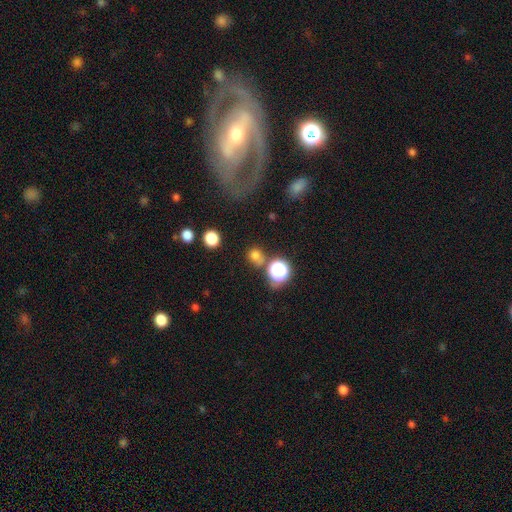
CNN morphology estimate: smooth_or_featured: smooth (p=0.71) [alt: star or artifact p=0.23]
how_rounded: round (p=0.83) [alt: in between p=0.16]
merging: none (p=0.71) [alt: merger p=0.13]